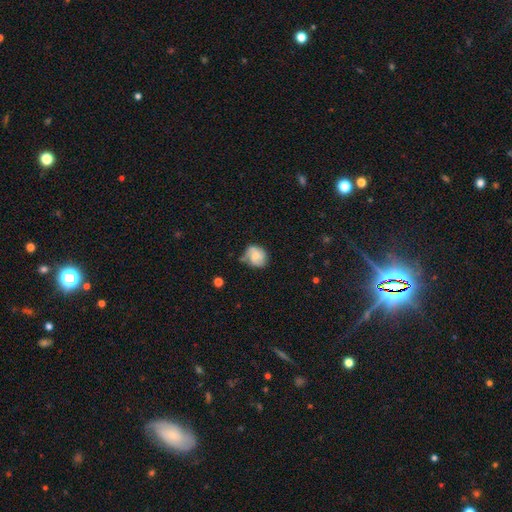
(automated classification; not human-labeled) Smooth or featured: featured or disk — 49% (smooth — 43%)
Merging: none — 56% (minor disturbance — 31%)